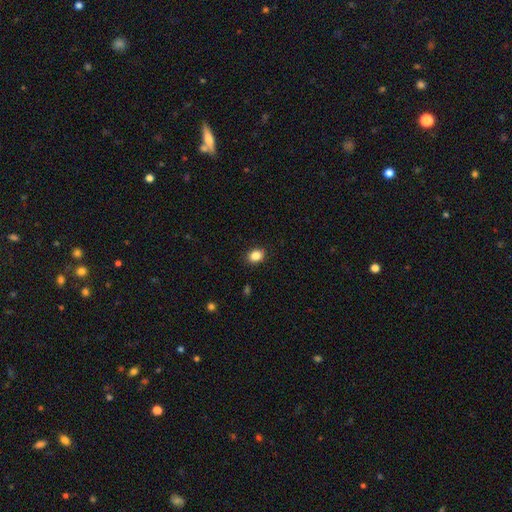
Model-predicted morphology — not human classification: Smooth or featured?
  - smooth: 86% *
  - star or artifact: 10%
  - featured or disk: 4%
How rounded?
  - in between: 52% *
  - round: 47%
  - cigar-shaped: 1%
Merging?
  - none: 89% *
  - minor disturbance: 8%
  - major disturbance: 2%
  - merger: 1%